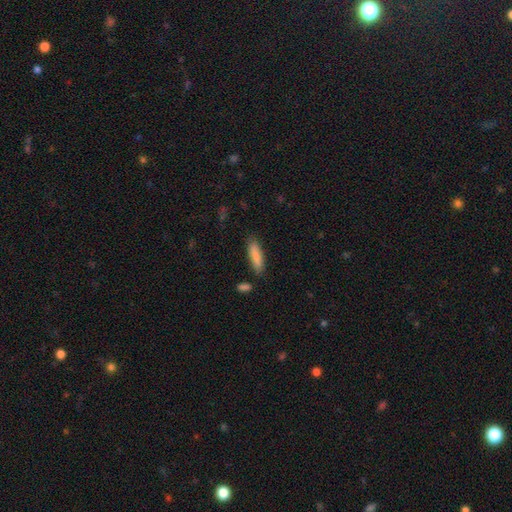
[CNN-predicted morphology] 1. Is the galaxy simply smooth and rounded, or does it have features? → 86% smooth, 8% featured or disk, 6% star or artifact.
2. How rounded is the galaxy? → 67% cigar-shaped, 32% in between, 1% round.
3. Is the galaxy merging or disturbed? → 82% none, 12% minor disturbance, 3% merger, 3% major disturbance.